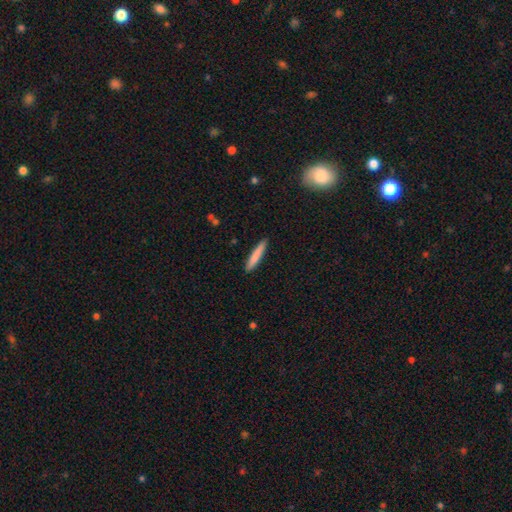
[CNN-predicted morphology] Smooth or featured? smooth (81%)
How rounded? cigar-shaped (93%)
Merging? none (88%)